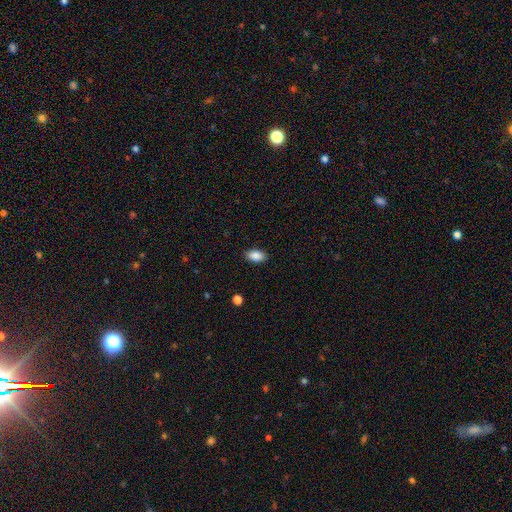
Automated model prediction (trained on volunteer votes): smooth_or_featured: smooth (p=0.88) [alt: star or artifact p=0.07]
how_rounded: in between (p=0.93) [alt: round p=0.05]
merging: none (p=0.88) [alt: minor disturbance p=0.09]